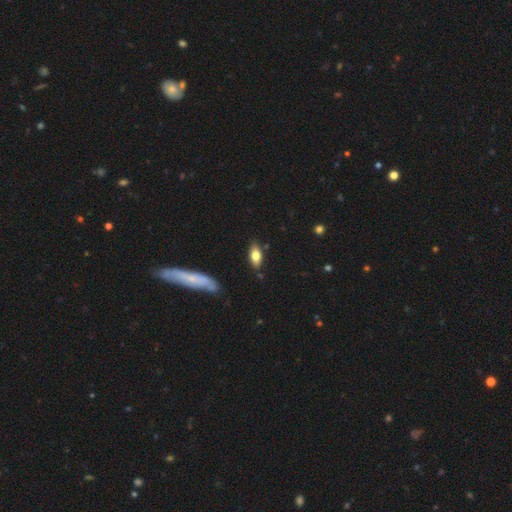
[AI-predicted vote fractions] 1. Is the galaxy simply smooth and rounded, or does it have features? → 72% smooth, 21% featured or disk, 7% star or artifact.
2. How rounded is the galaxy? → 81% in between, 16% cigar-shaped, 3% round.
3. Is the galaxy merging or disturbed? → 79% none, 15% minor disturbance, 3% merger, 3% major disturbance.